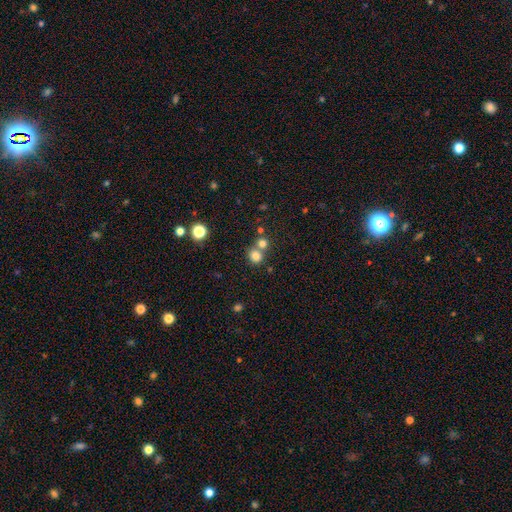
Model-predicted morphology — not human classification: smooth-or-featured: smooth: 79% | star or artifact: 14% | featured or disk: 7%
  how-rounded: round: 81% | in between: 18% | cigar-shaped: 1%
  merging: none: 54% | merger: 36% | minor disturbance: 7% | major disturbance: 3%